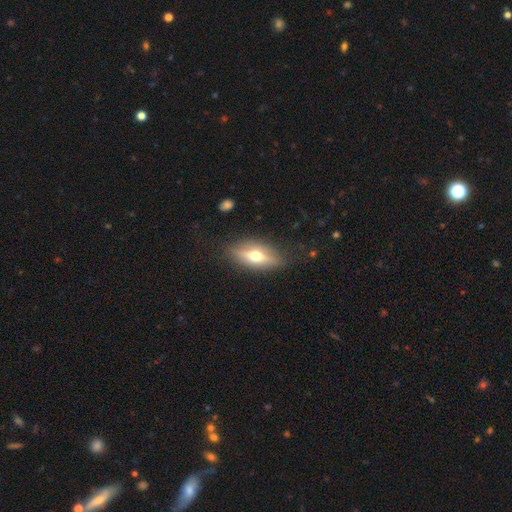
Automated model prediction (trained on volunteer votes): Smooth or featured? featured or disk (50%)
Merging? none (82%)